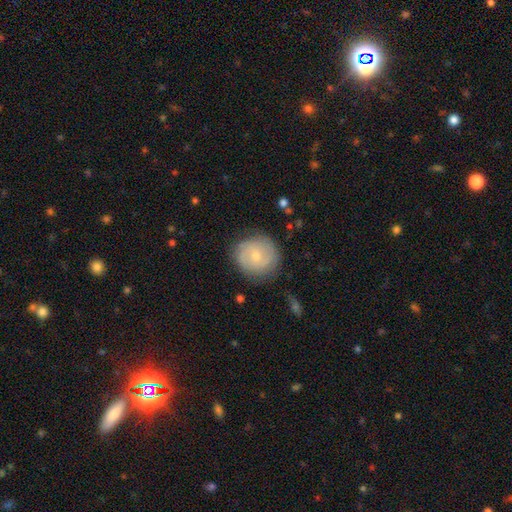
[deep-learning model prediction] The model was most divided on "smooth or featured": featured or disk: 52%, smooth: 41%, star or artifact: 7%. More confident: edge-on disk — no (97%); spiral arms — yes (83%); merging — none (80%); bar — no (67%); bulge size — small (65%).